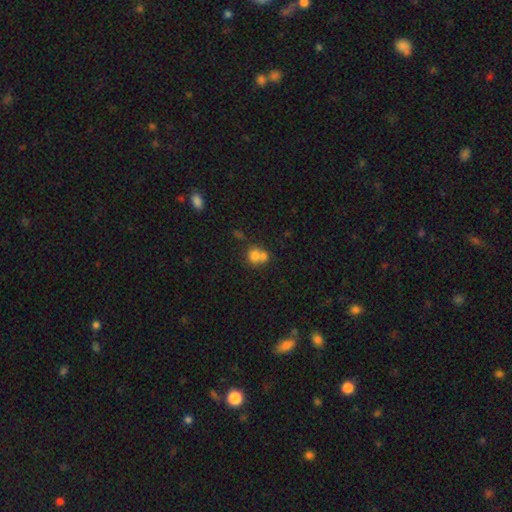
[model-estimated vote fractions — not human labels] smooth 74%, featured or disk 15%, star or artifact 12%. Down the decision tree: how rounded — round (75%); merging — merger (57%).